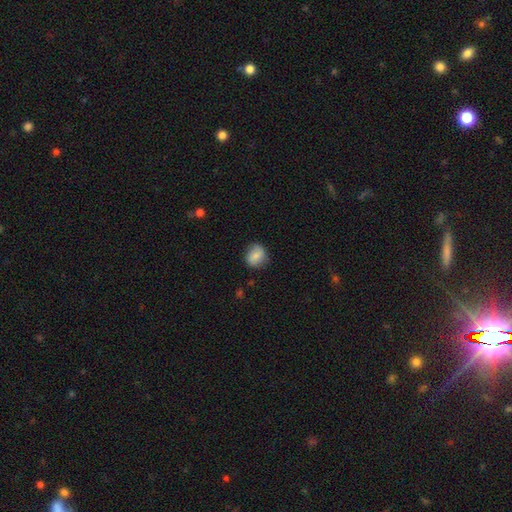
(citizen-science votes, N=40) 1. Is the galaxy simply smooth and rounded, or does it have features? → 70% smooth, 18% featured or disk, 12% star or artifact.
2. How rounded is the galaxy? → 71% round, 29% in between, 0% cigar-shaped.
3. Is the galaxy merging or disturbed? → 69% none, 20% minor disturbance, 11% major disturbance, 0% merger.